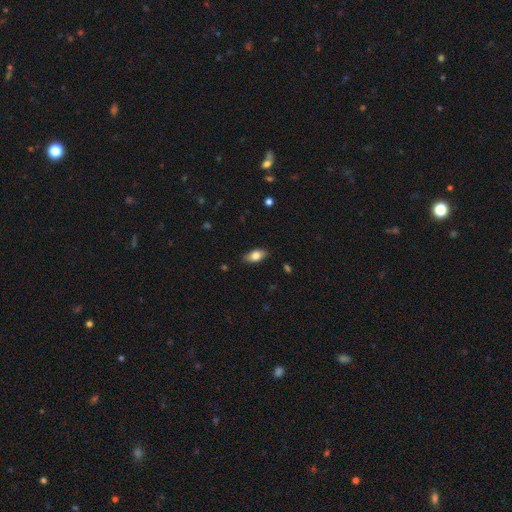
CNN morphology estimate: A smooth galaxy with no disk features (78%) that is in between round and cigar-shaped (89%). Merging: none (85%).